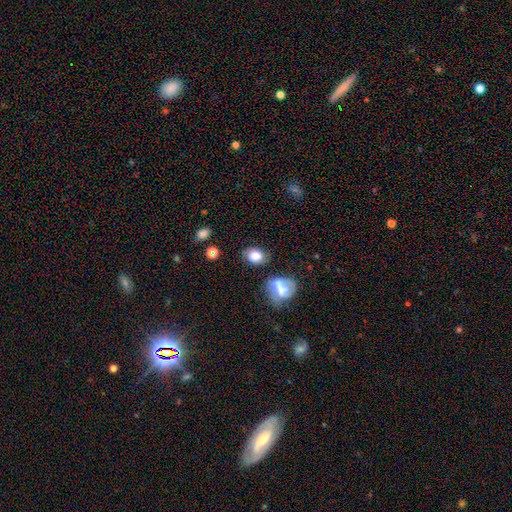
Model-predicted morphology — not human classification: A smooth galaxy with no disk features (77%) that is in between round and cigar-shaped (58%).

Vote fractions:
- Smooth or featured? smooth: 77% / featured or disk: 13% / star or artifact: 10%
- How rounded? in between: 58% / round: 41% / cigar-shaped: 1%
- Merging? none: 68% / minor disturbance: 18% / merger: 8% / major disturbance: 6%